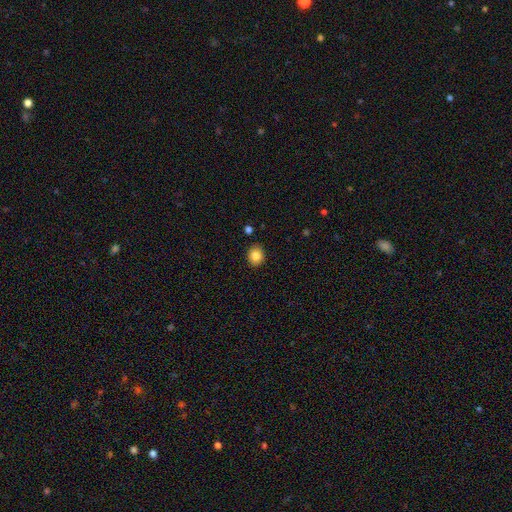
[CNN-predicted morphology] The model was most divided on "how rounded": round: 67%, in between: 32%, cigar-shaped: 1%. More confident: merging — none (89%); smooth or featured — smooth (85%).